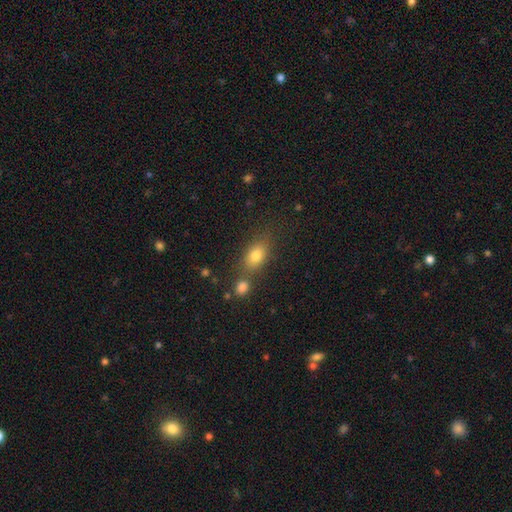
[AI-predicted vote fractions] Q: Smooth or featured?
A: smooth (76%); runner-up: star or artifact (13%)
Q: How rounded?
A: in between (75%); runner-up: round (17%)
Q: Merging?
A: none (61%); runner-up: merger (22%)